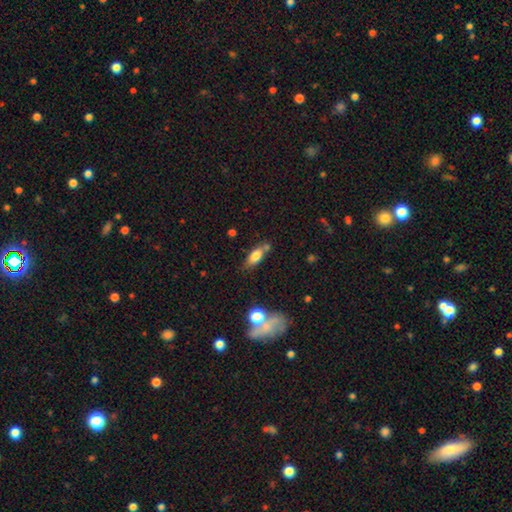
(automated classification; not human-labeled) smooth_or_featured: smooth (p=0.73) [alt: featured or disk p=0.18]
how_rounded: in between (p=0.75) [alt: cigar-shaped p=0.21]
merging: none (p=0.61) [alt: minor disturbance p=0.18]